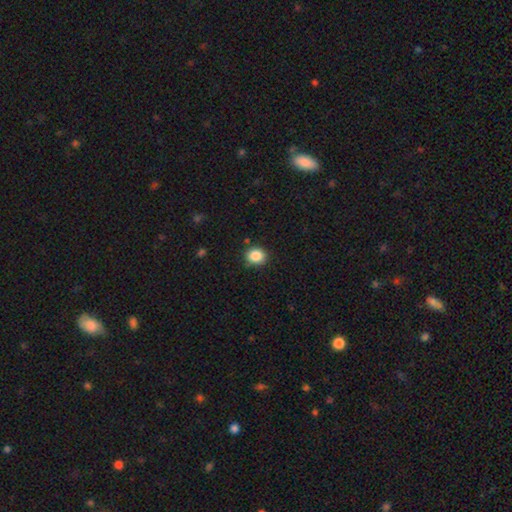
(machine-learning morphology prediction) The model was most divided on "how rounded": round: 76%, in between: 23%, cigar-shaped: 1%. More confident: smooth or featured — smooth (86%); merging — none (84%).